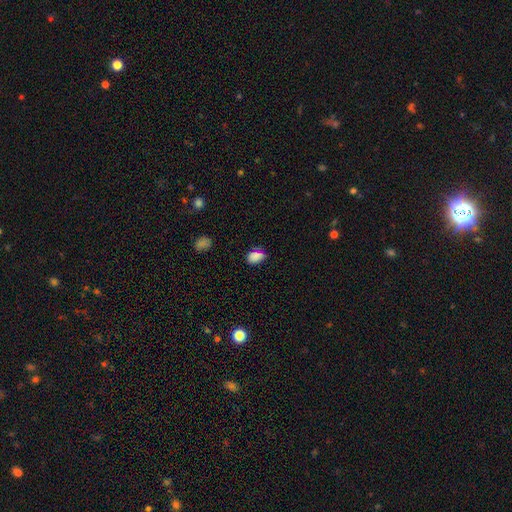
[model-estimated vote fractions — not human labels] A smooth galaxy with no disk features (74%) that is in between round and cigar-shaped (79%). Merging: none (71%).